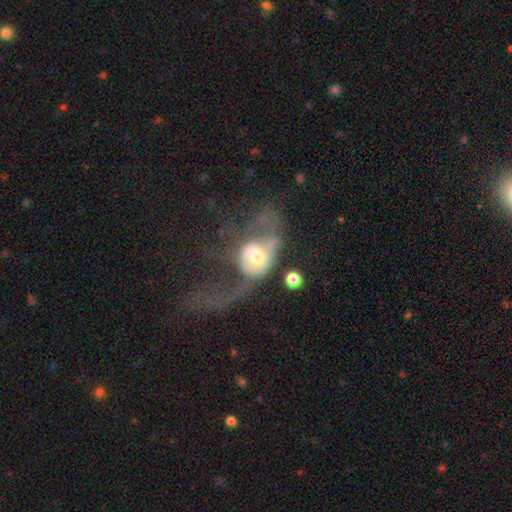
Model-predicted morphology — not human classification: This appears to be a featured or disk galaxy (46%). Merging: major disturbance (64%).